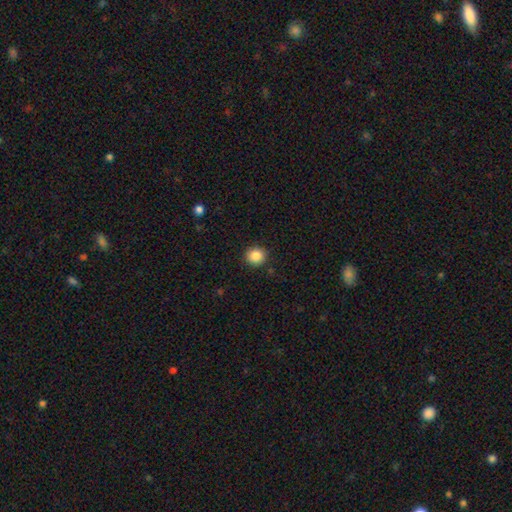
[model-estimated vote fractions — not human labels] A smooth galaxy with no disk features (86%) that is round (89%). Merging: none (91%).